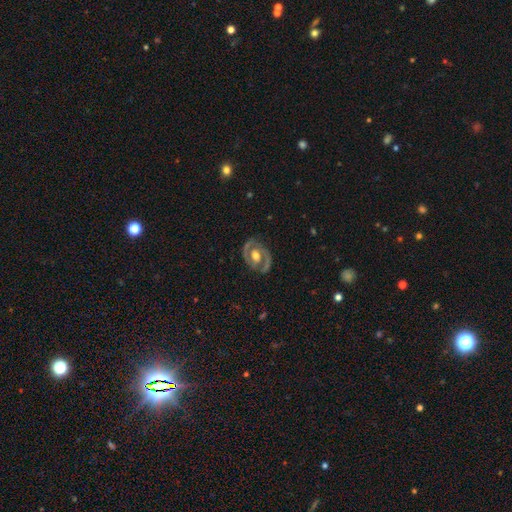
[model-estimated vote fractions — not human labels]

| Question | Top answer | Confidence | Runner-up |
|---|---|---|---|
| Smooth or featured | featured or disk | 83% | smooth (13%) |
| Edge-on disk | no | 96% | yes (4%) |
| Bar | no | 49% | weak (36%) |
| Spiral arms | yes | 84% | no (16%) |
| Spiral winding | medium | 46% | tight (42%) |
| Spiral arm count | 2 | 85% | 1 (7%) |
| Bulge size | moderate | 65% | large (24%) |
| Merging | none | 81% | minor disturbance (13%) |